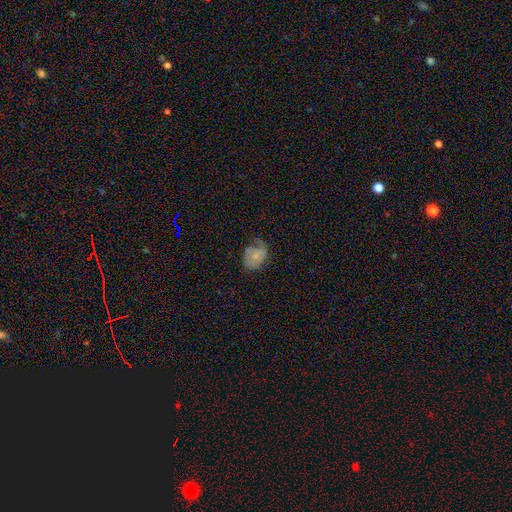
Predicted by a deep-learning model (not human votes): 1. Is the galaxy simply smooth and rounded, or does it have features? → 51% smooth, 40% featured or disk, 9% star or artifact.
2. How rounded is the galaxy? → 67% in between, 32% round, 1% cigar-shaped.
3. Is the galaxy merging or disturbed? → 36% none, 33% minor disturbance, 29% major disturbance, 2% merger.